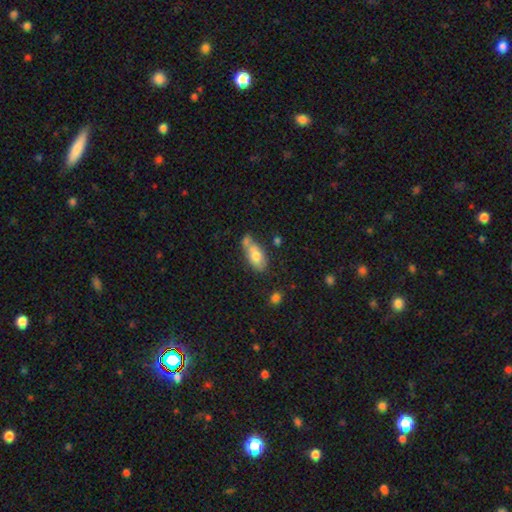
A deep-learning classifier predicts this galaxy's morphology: Smooth or featured? smooth (71%)
How rounded? in between (89%)
Merging? none (42%)